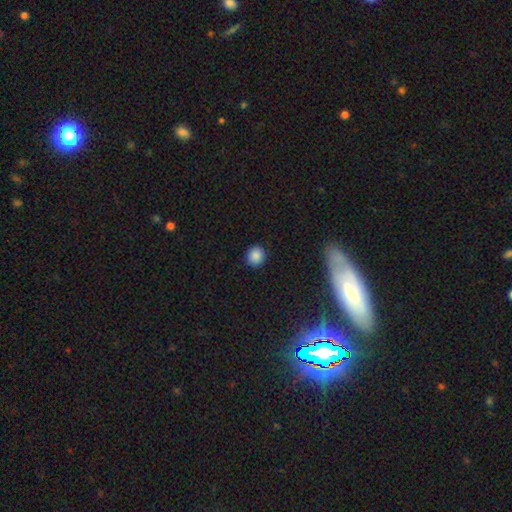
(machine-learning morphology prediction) Smooth or featured: smooth — 86% (star or artifact — 10%)
How rounded: round — 89% (in between — 10%)
Merging: none — 90% (minor disturbance — 7%)